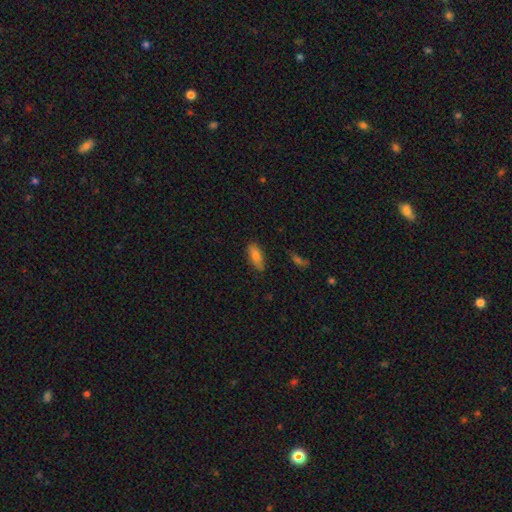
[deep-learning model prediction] Smooth or featured?
  - smooth: 79% *
  - featured or disk: 13%
  - star or artifact: 8%
How rounded?
  - in between: 79% *
  - cigar-shaped: 18%
  - round: 3%
Merging?
  - none: 83% *
  - minor disturbance: 13%
  - major disturbance: 2%
  - merger: 2%